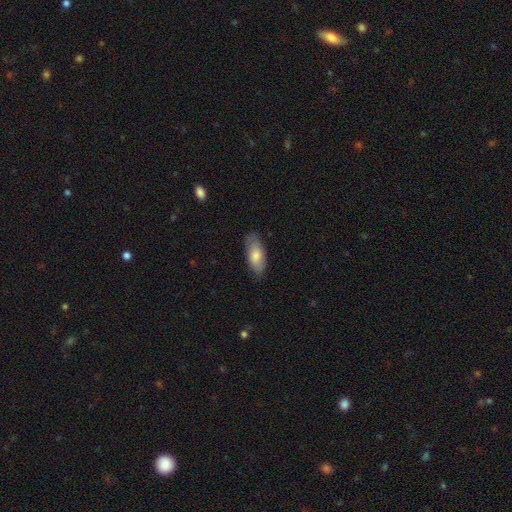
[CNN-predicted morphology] This appears to be a smooth galaxy with no disk features (79%) that is in between round and cigar-shaped (84%). Merging: none (79%).